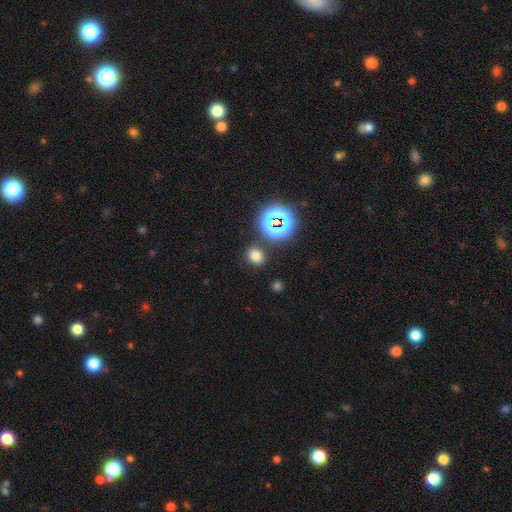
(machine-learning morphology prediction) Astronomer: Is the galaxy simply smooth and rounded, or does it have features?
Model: smooth — 72%.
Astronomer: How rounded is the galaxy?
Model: round — 56% (runner-up: in between, 42%).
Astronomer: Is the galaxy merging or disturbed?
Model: none — 82%.